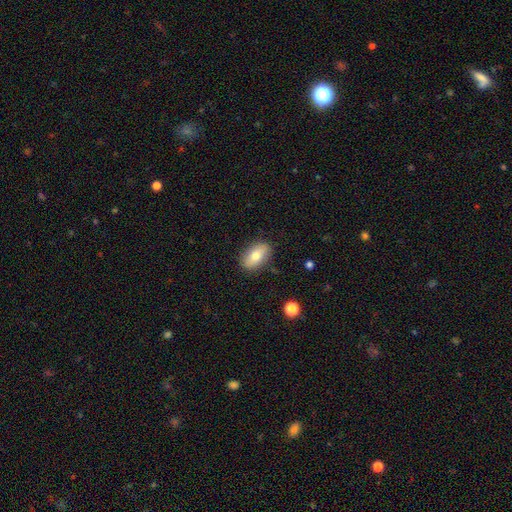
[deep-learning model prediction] Morphology: type=smooth (73%); roundness=in between (90%); merging=none (85%).